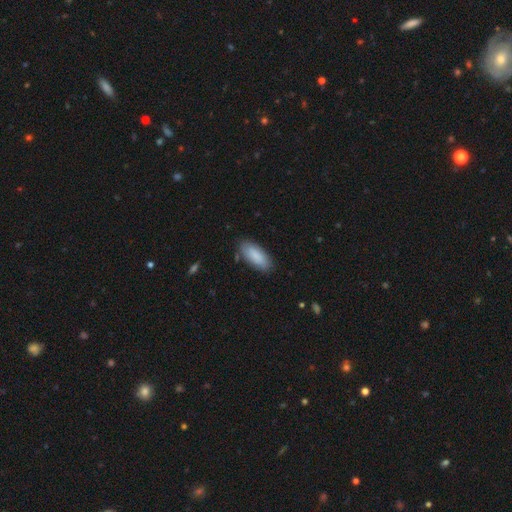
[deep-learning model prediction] smooth-or-featured: smooth: 86% | featured or disk: 8% | star or artifact: 6%
  how-rounded: in between: 81% | cigar-shaped: 17% | round: 2%
  merging: none: 83% | minor disturbance: 13% | major disturbance: 3% | merger: 2%